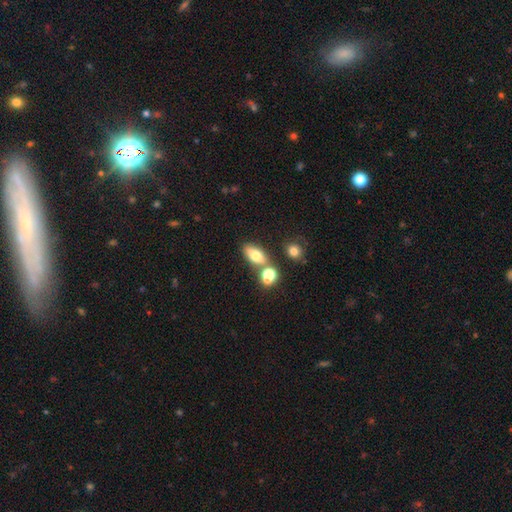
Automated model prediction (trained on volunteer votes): smooth 73%, featured or disk 16%, star or artifact 11%. Down the decision tree: how rounded — in between (76%); merging — none (60%).